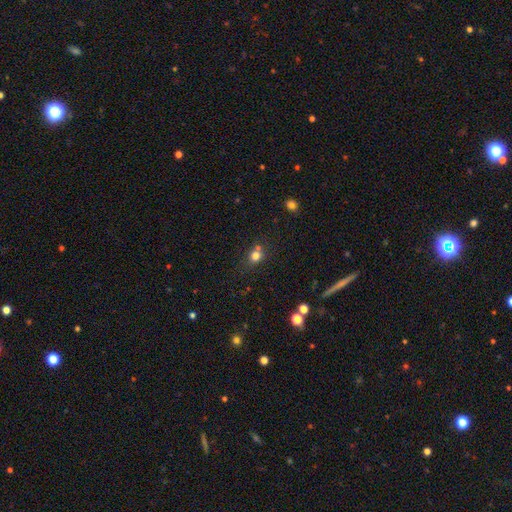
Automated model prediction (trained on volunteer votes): A smooth galaxy with no disk features (76%) that is round (76%).

Vote fractions:
- Smooth or featured? smooth: 76% / star or artifact: 15% / featured or disk: 9%
- How rounded? round: 76% / in between: 23% / cigar-shaped: 1%
- Merging? none: 59% / merger: 25% / minor disturbance: 12% / major disturbance: 4%